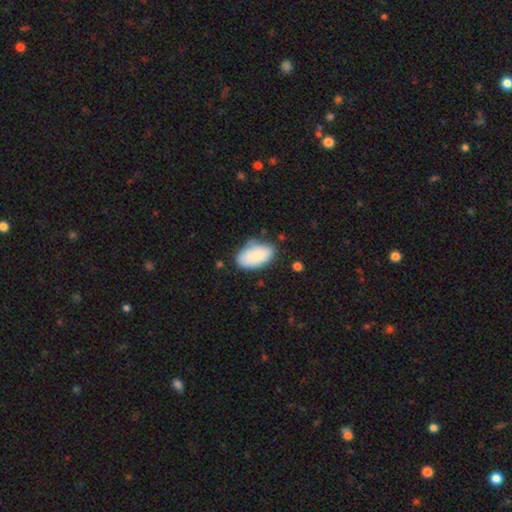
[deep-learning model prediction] smooth-or-featured: smooth: 83% | featured or disk: 11% | star or artifact: 7%
  how-rounded: in between: 94% | round: 4% | cigar-shaped: 2%
  merging: none: 65% | minor disturbance: 25% | major disturbance: 6% | merger: 5%